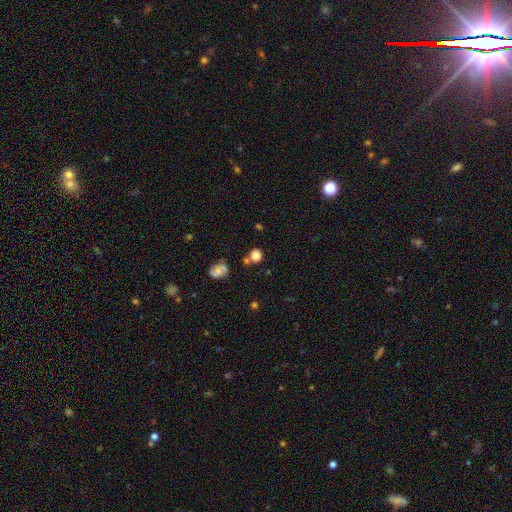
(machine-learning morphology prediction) Overall: smooth (79%). How rounded: round (87%). Merging: none (70%).